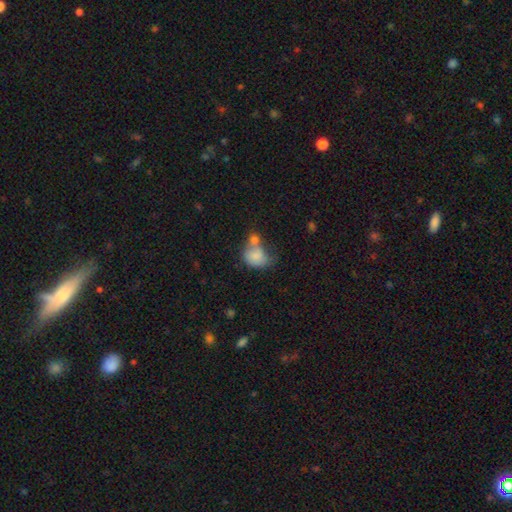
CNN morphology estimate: smooth-or-featured: smooth: 79% | featured or disk: 13% | star or artifact: 8%
  how-rounded: in between: 51% | round: 48% | cigar-shaped: 1%
  merging: merger: 50% | none: 24% | minor disturbance: 16% | major disturbance: 10%